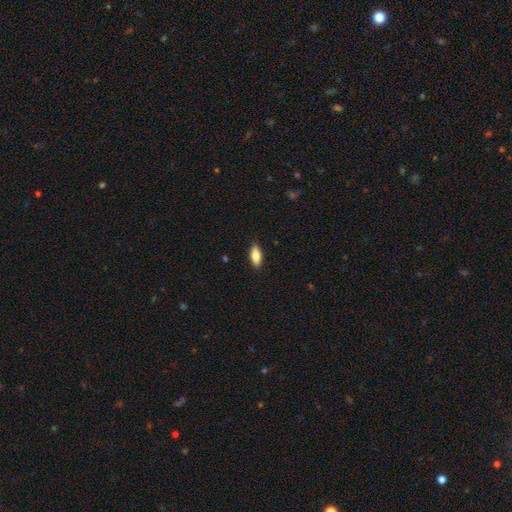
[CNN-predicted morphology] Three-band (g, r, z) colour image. It shows a smooth galaxy with no disk features (83%) that is in between round and cigar-shaped (84%). Merging: none (88%).